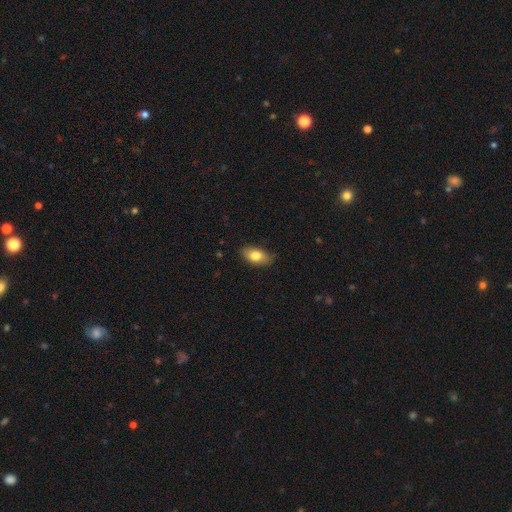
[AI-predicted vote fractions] A smooth galaxy with no disk features (79%) that is in between round and cigar-shaped (90%). Merging: none (82%).